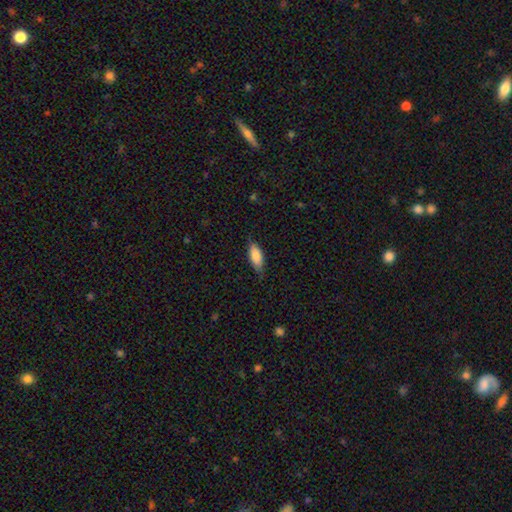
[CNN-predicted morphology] Smooth or featured? smooth (83%)
How rounded? in between (76%)
Merging? none (73%)